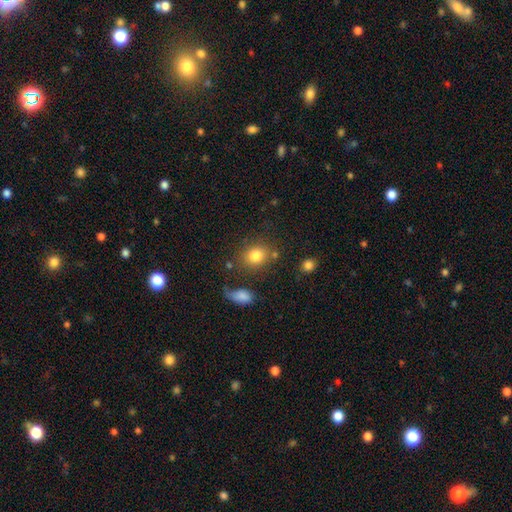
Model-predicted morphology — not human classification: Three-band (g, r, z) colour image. It shows a smooth galaxy with no disk features (81%) that is round (61%). Merging: none (71%).